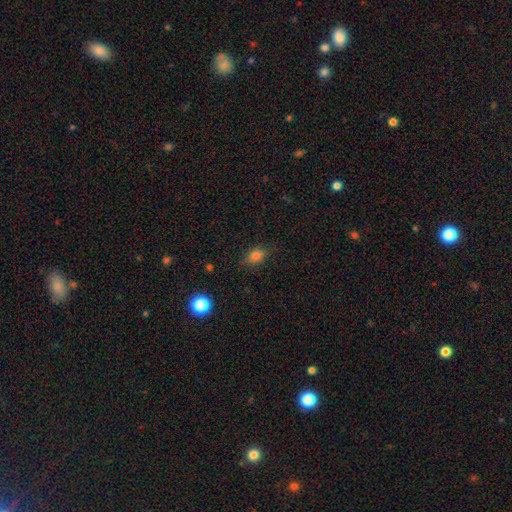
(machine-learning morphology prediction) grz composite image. It shows a smooth galaxy with no disk features (80%) that is in between round and cigar-shaped (69%). Merging: none (77%).